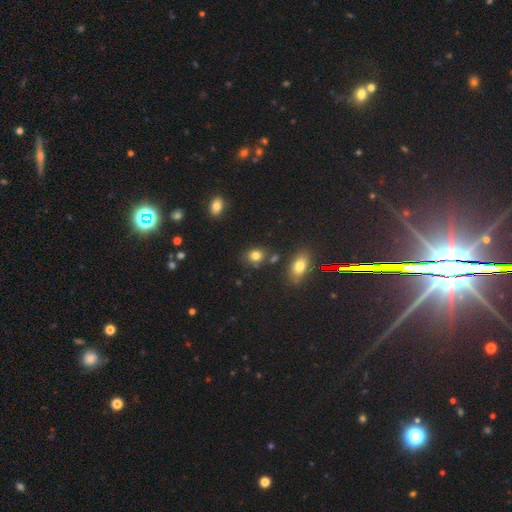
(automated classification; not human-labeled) The model was most divided on "how rounded": round: 60%, in between: 38%, cigar-shaped: 1%. More confident: smooth or featured — smooth (81%); merging — none (76%).